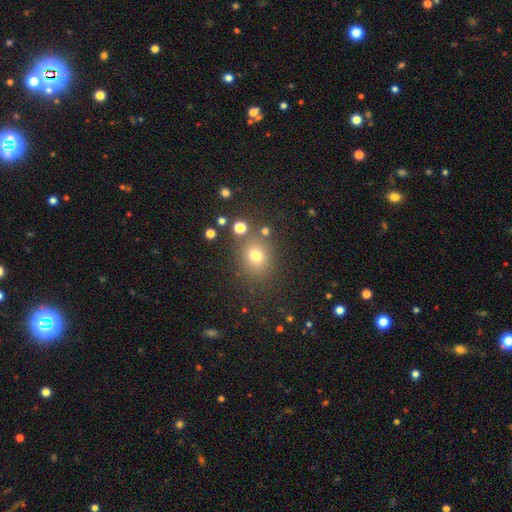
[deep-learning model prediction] smooth_or_featured: smooth (p=0.73) [alt: star or artifact p=0.17]
how_rounded: round (p=0.67) [alt: in between p=0.32]
merging: none (p=0.78) [alt: minor disturbance p=0.11]